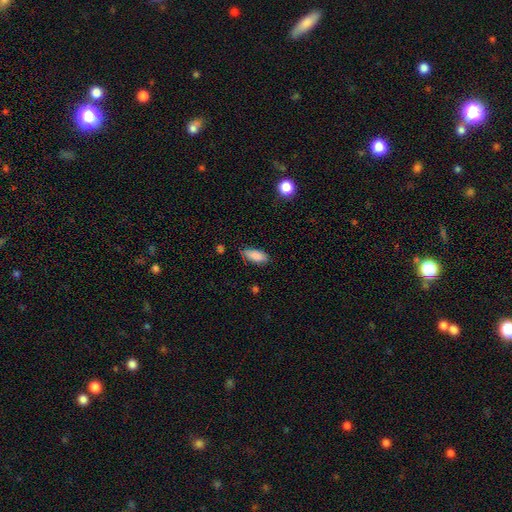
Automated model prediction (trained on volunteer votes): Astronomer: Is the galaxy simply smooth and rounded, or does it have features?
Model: smooth — 86%.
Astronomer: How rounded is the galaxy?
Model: in between — 85%.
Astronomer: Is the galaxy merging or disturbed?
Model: none — 76%.